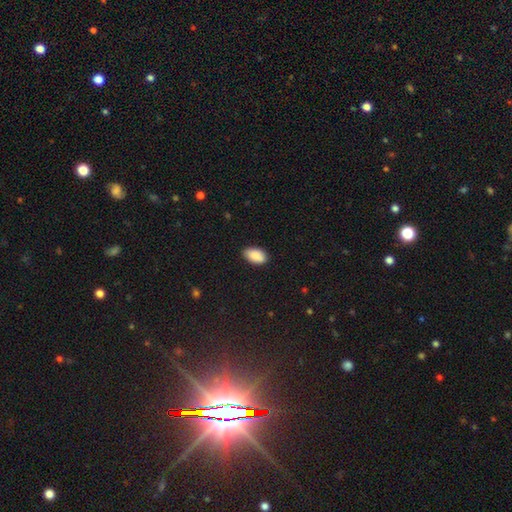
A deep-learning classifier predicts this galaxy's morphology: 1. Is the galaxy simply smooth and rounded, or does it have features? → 90% smooth, 6% star or artifact, 3% featured or disk.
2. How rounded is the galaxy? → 95% in between, 4% round, 2% cigar-shaped.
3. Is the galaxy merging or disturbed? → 87% none, 10% minor disturbance, 2% major disturbance, 1% merger.